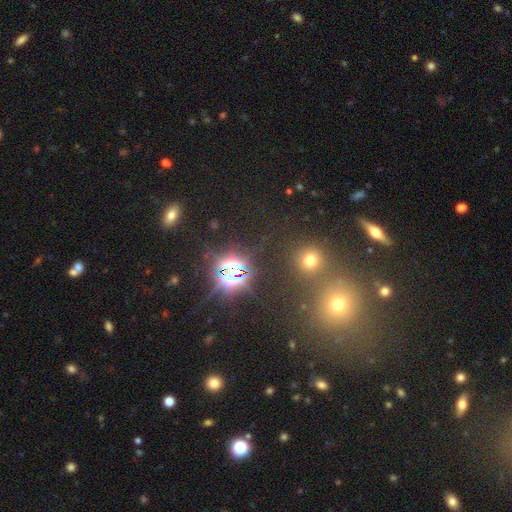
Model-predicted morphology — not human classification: Q: Smooth or featured?
A: star or artifact (61%); runner-up: smooth (31%)